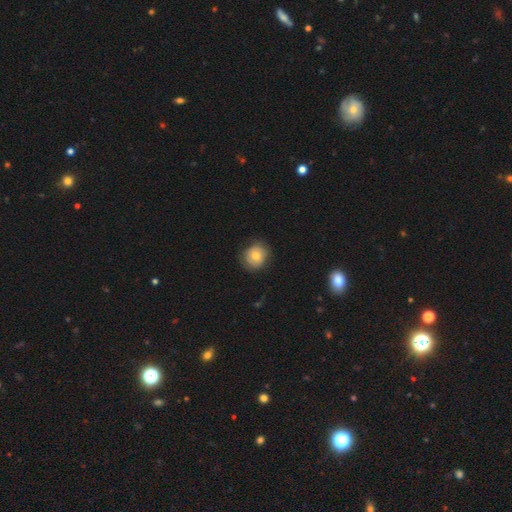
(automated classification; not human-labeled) Smooth or featured: smooth — 68% (featured or disk — 24%)
How rounded: round — 76% (in between — 23%)
Merging: none — 78% (minor disturbance — 17%)